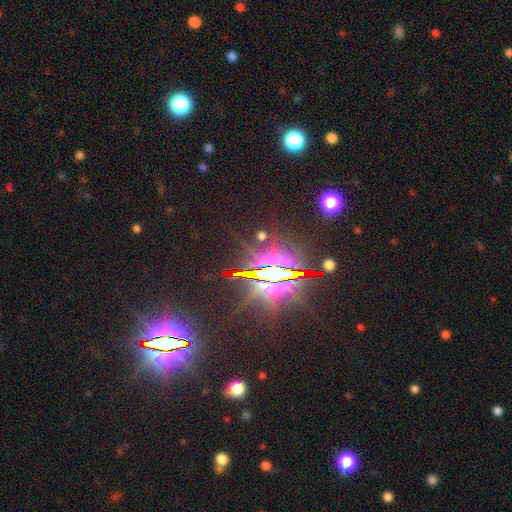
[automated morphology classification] Overall: star or artifact (85%).